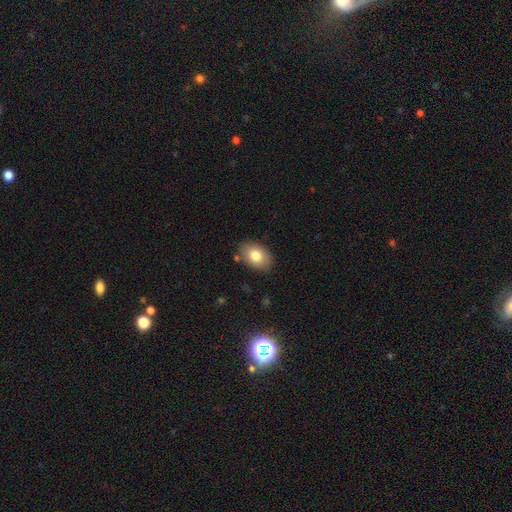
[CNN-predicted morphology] smooth 78%, featured or disk 13%, star or artifact 8%. Down the decision tree: how rounded — in between (83%); merging — none (85%).